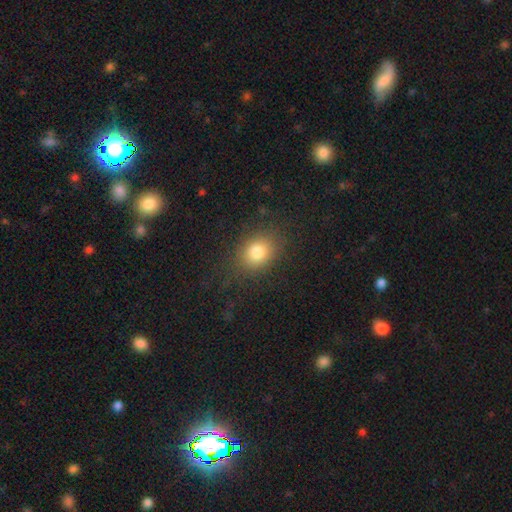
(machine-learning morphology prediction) smooth 77%, star or artifact 16%, featured or disk 7%. Down the decision tree: how rounded — round (55%); merging — none (85%).